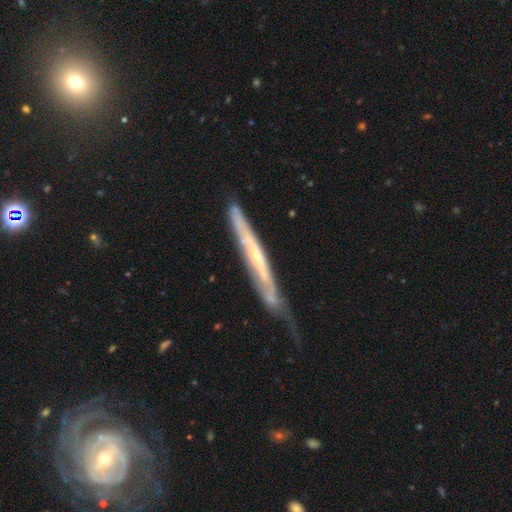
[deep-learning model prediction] Smooth or featured? Predicted: featured or disk (p=0.73). Edge-on disk? Predicted: yes (p=0.80). Edge-on bulge? Predicted: none (p=0.63). Merging? Predicted: none (p=0.49).